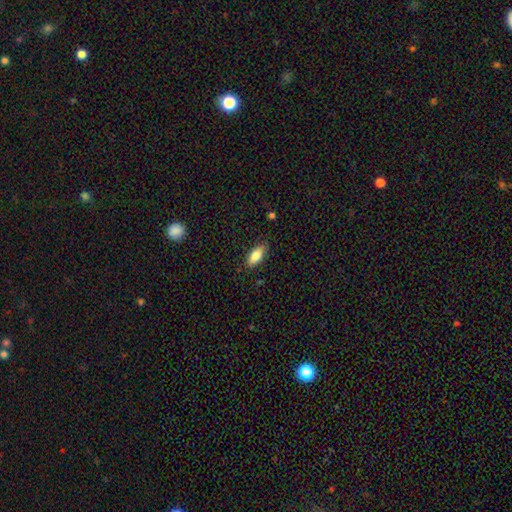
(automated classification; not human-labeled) smooth_or_featured: smooth (p=0.83) [alt: featured or disk p=0.10]
how_rounded: in between (p=0.82) [alt: cigar-shaped p=0.15]
merging: none (p=0.83) [alt: minor disturbance p=0.13]